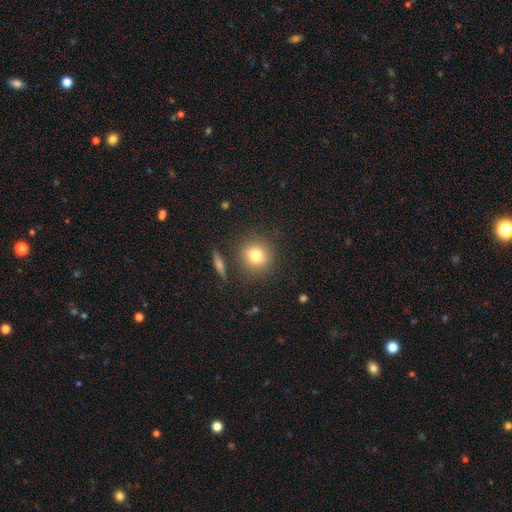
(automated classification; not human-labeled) Q: Smooth or featured?
A: smooth (78%); runner-up: star or artifact (11%)
Q: How rounded?
A: round (90%); runner-up: in between (9%)
Q: Merging?
A: none (84%); runner-up: minor disturbance (9%)